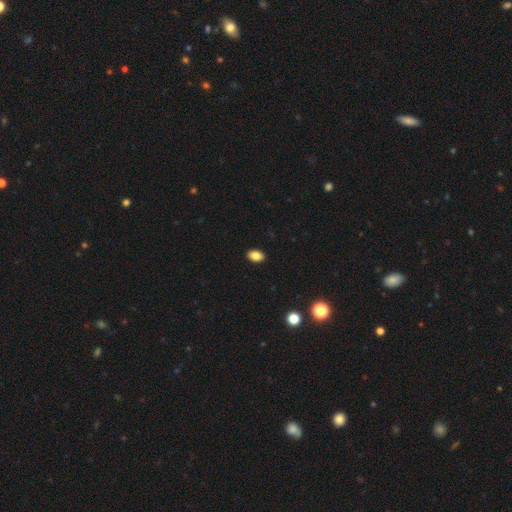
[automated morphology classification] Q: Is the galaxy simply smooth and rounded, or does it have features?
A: smooth — 85%.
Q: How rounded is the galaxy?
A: in between — 86%.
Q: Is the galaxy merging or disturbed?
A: none — 91%.